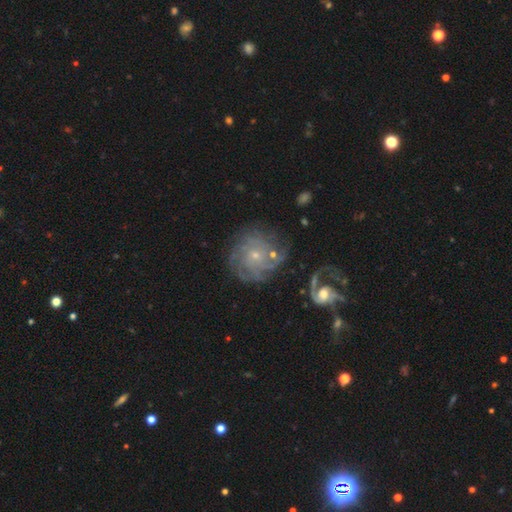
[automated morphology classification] type=featured or disk (78%); edge-on=no (97%); bar=no (81%); spiral arms=yes (93%); winding=tight (64%); arm count=can't tell (36%); bulge=small (77%); merging=none (64%).